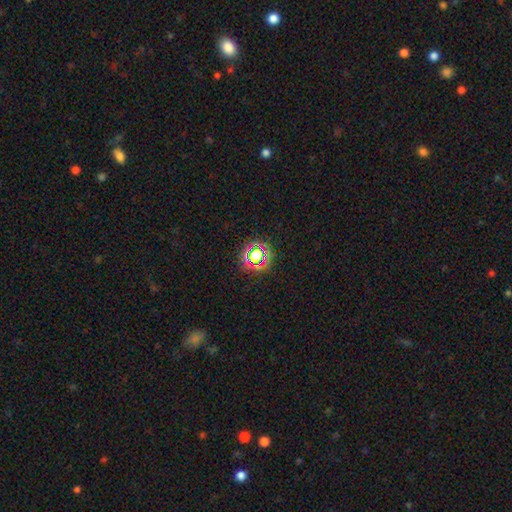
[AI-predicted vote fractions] Morphology: type=star or artifact (57%).